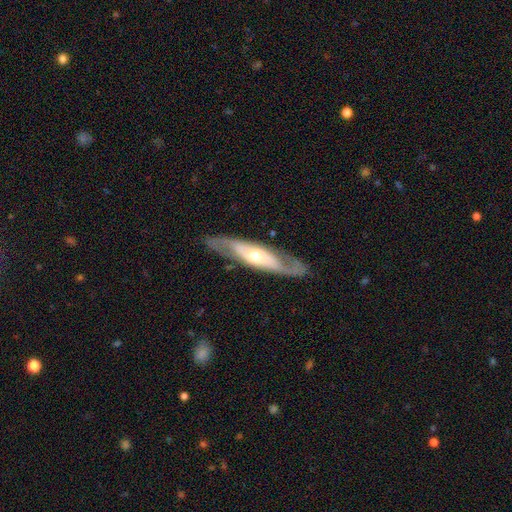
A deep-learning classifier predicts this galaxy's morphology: This is likely a featured or disk galaxy (76%). It is likely not viewed edge-on (68%). Bar: possibly no (59%). Spiral arm pattern: likely yes (77%). Central bulge: possibly moderate (55%). Merging: clearly none (81%).